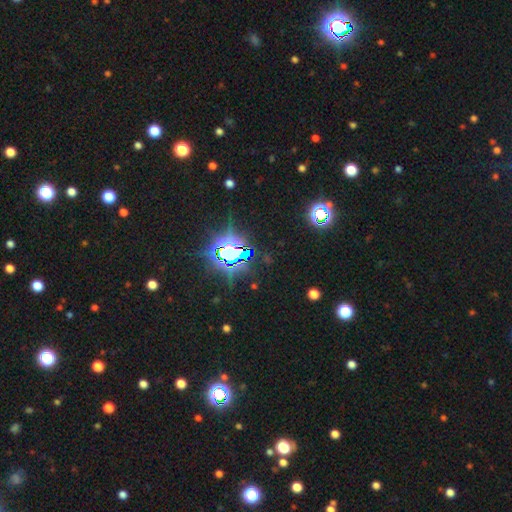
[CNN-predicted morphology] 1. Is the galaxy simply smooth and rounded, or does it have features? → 84% star or artifact, 9% smooth, 7% featured or disk.